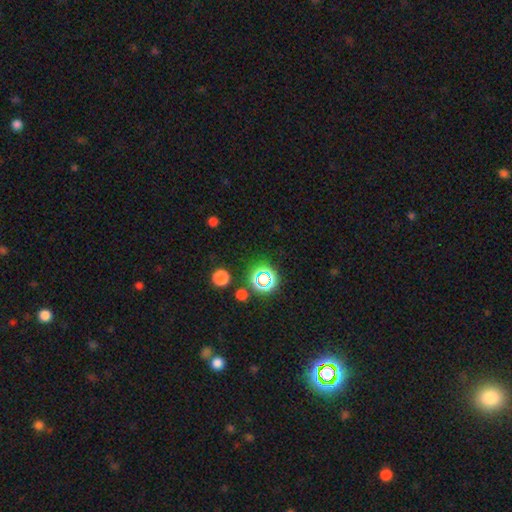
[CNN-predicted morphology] Smooth or featured?
  - star or artifact: 62% *
  - smooth: 29%
  - featured or disk: 9%